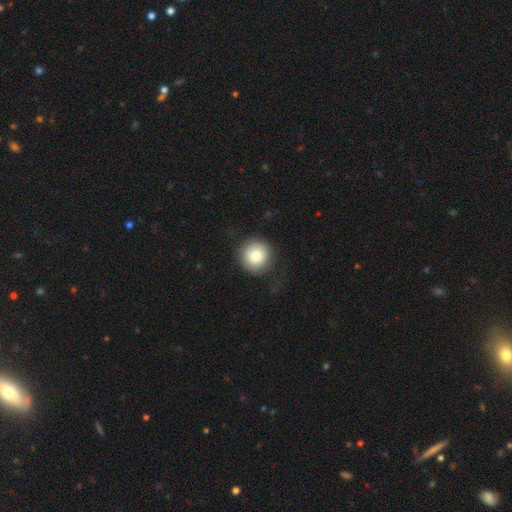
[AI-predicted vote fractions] Smooth or featured: smooth — 82% (featured or disk — 10%)
How rounded: round — 93% (in between — 6%)
Merging: none — 80% (minor disturbance — 13%)